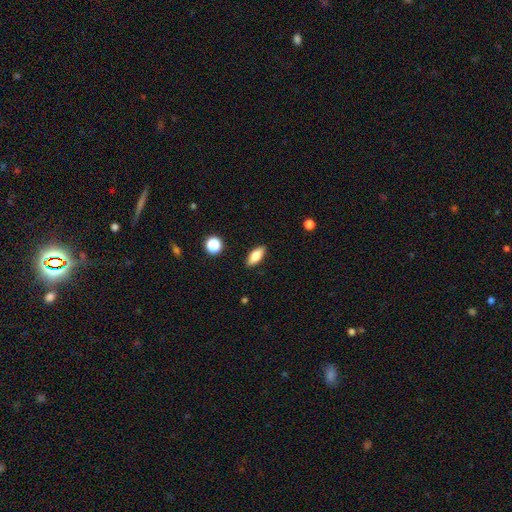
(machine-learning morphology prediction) Smooth or featured? smooth (80%)
How rounded? in between (83%)
Merging? none (88%)